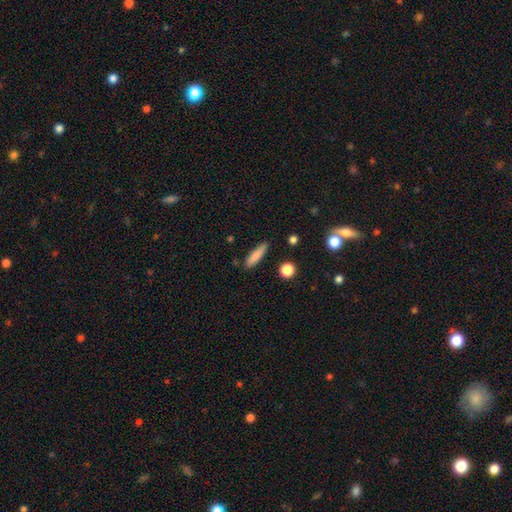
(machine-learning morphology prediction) Smooth or featured: smooth — 82% (featured or disk — 10%)
How rounded: cigar-shaped — 76% (in between — 22%)
Merging: none — 84% (minor disturbance — 11%)